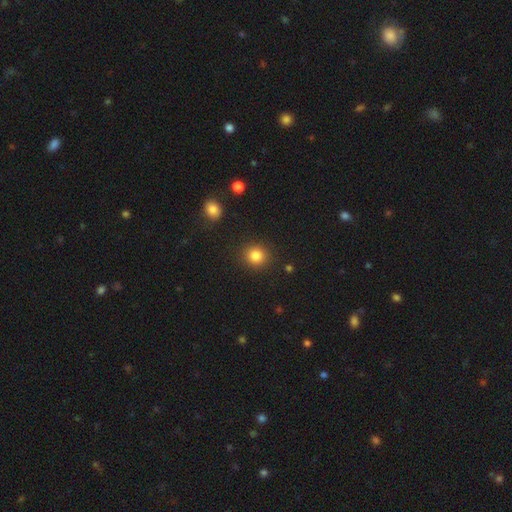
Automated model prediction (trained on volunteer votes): A smooth galaxy with no disk features (85%) that is round (88%). Merging: none (89%).